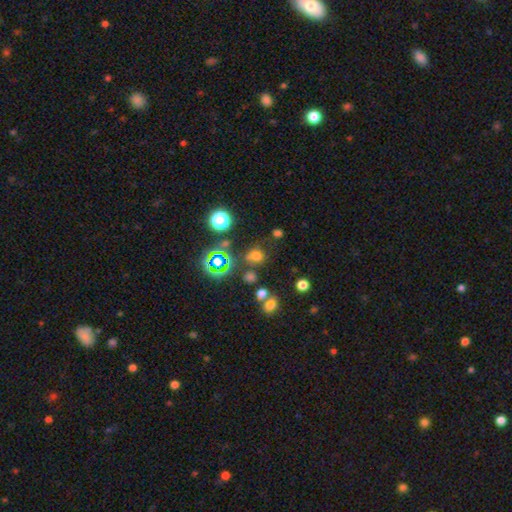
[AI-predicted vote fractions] Smooth or featured: smooth — 57% (star or artifact — 34%)
How rounded: round — 71% (in between — 28%)
Merging: none — 66% (minor disturbance — 14%)